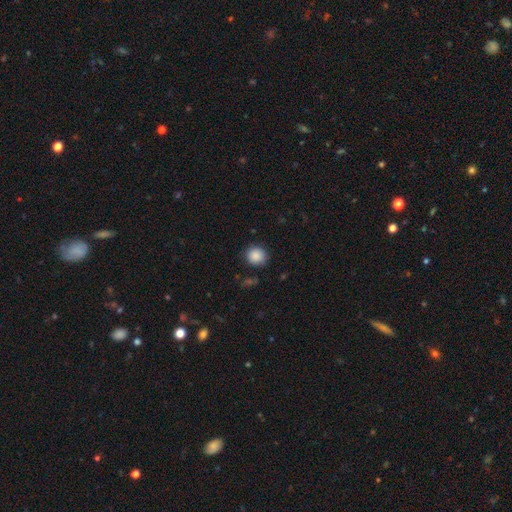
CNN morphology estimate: Q: Smooth or featured?
A: smooth (88%); runner-up: star or artifact (9%)
Q: How rounded?
A: round (86%); runner-up: in between (13%)
Q: Merging?
A: none (87%); runner-up: minor disturbance (9%)